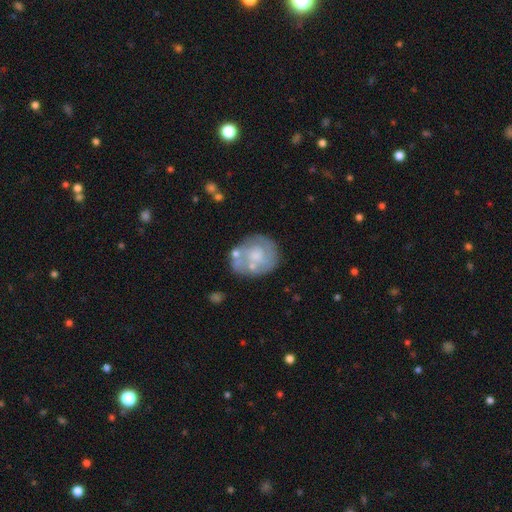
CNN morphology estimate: This is possibly a featured or disk galaxy (59%). It is clearly not viewed edge-on (98%). Bar: clearly no (81%). Spiral arm pattern: possibly yes (51%). Central bulge: marginally moderate (42%). Merging: possibly none (60%).